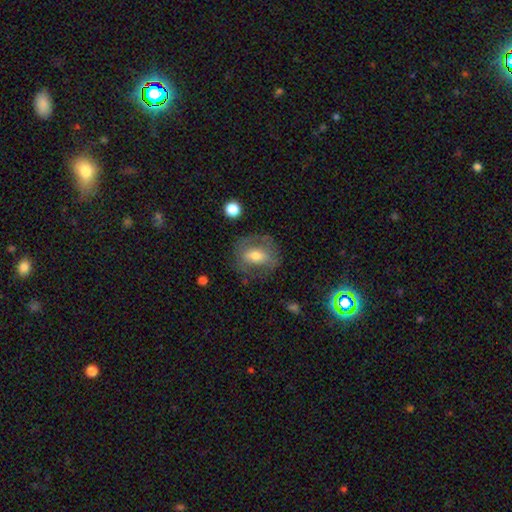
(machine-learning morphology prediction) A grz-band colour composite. It shows a smooth galaxy with no disk features (50%) that is in between round and cigar-shaped (59%). Merging: none (66%).